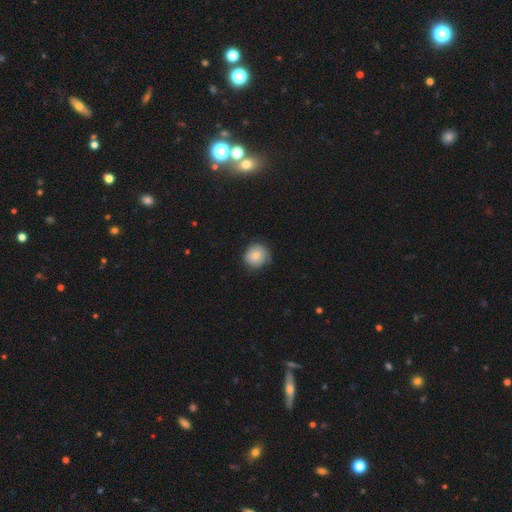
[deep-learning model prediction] Smooth or featured? Predicted: smooth (p=0.79). How rounded? Predicted: round (p=0.90). Merging? Predicted: none (p=0.72).